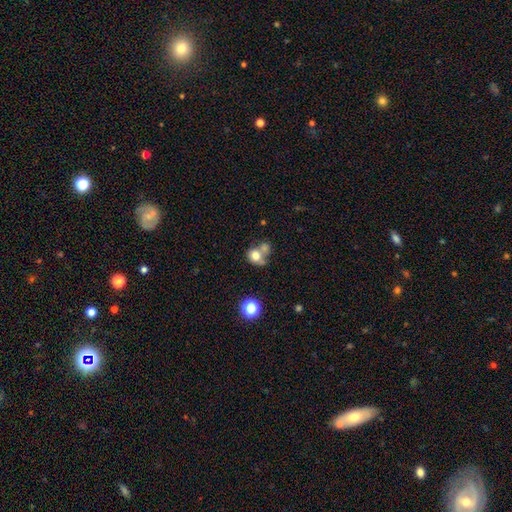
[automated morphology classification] Smooth or featured? smooth (74%)
How rounded? round (68%)
Merging? merger (45%)